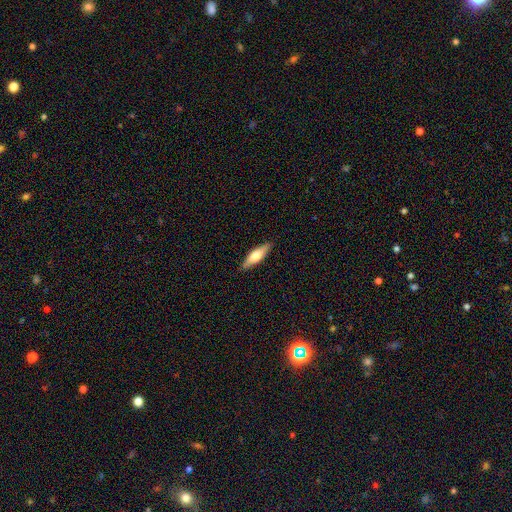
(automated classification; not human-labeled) A smooth galaxy with no disk features (52%) that is cigar-shaped (60%).

Vote fractions:
- Smooth or featured? smooth: 52% / featured or disk: 42% / star or artifact: 6%
- How rounded? cigar-shaped: 60% / in between: 38% / round: 2%
- Merging? none: 89% / minor disturbance: 8% / major disturbance: 2% / merger: 1%